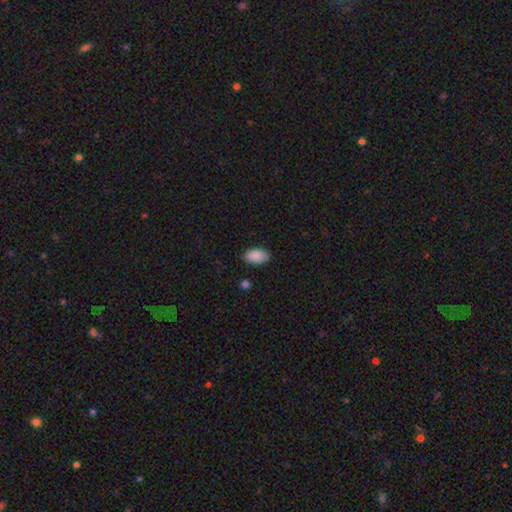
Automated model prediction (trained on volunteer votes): smooth 89%, star or artifact 7%, featured or disk 4%. Down the decision tree: how rounded — in between (94%); merging — none (82%).